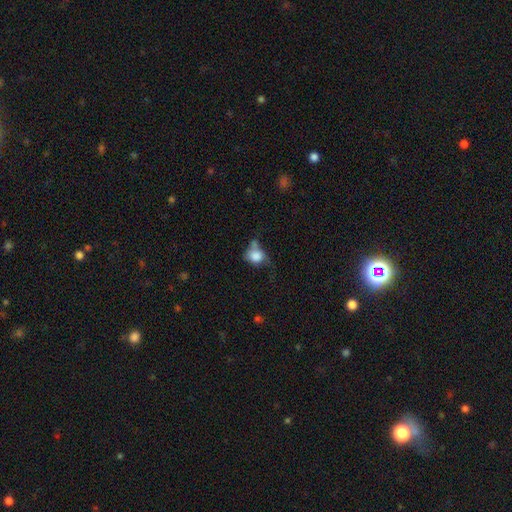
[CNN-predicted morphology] Smooth or featured?
  - smooth: 79% *
  - featured or disk: 12%
  - star or artifact: 9%
How rounded?
  - round: 57% *
  - in between: 42%
  - cigar-shaped: 1%
Merging?
  - none: 31% *
  - minor disturbance: 27%
  - merger: 22%
  - major disturbance: 19%